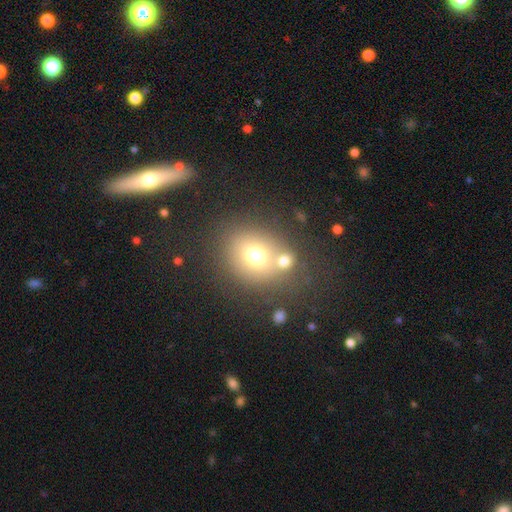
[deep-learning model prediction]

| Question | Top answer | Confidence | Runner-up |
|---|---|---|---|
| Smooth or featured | smooth | 69% | featured or disk (16%) |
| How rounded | round | 69% | in between (30%) |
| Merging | none | 57% | merger (27%) |